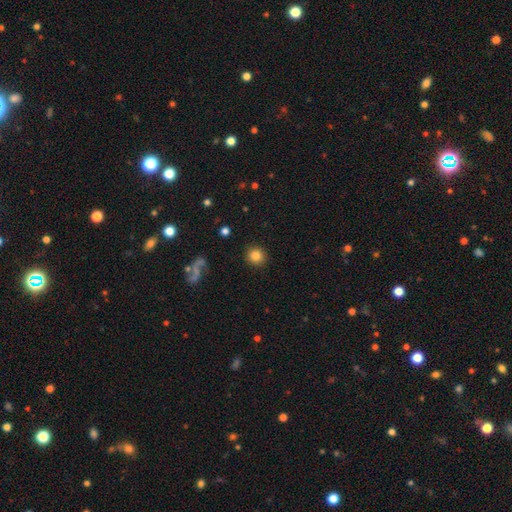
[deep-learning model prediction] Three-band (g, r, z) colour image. It shows a smooth galaxy with no disk features (83%) that is round (93%). Merging: none (90%).